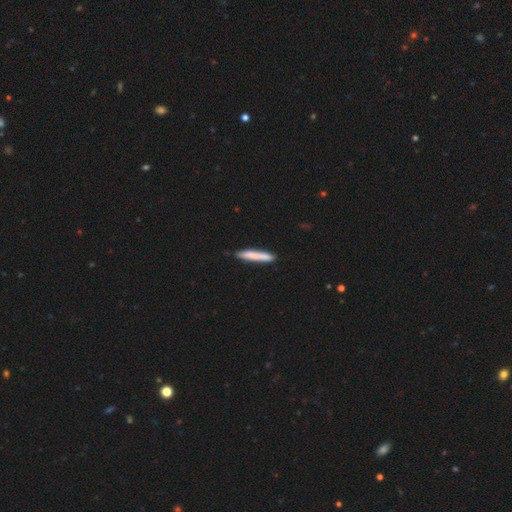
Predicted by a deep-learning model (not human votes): A smooth galaxy with no disk features (78%) that is cigar-shaped (94%).

Vote fractions:
- Smooth or featured? smooth: 78% / featured or disk: 16% / star or artifact: 5%
- How rounded? cigar-shaped: 94% / in between: 4% / round: 1%
- Merging? none: 86% / minor disturbance: 11% / merger: 2% / major disturbance: 2%